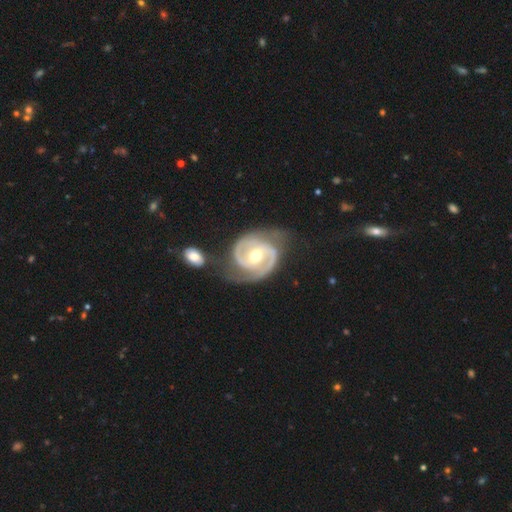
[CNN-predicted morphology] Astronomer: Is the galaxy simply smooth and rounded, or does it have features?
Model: featured or disk — 92%.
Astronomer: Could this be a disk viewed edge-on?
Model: no — 98%.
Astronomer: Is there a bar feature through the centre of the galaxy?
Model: weak — 43% (runner-up: strong, 30%).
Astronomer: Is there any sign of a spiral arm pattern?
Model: yes — 98%.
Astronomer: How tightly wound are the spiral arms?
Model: medium — 50% (runner-up: tight, 39%).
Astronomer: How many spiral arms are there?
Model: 2 — 92%.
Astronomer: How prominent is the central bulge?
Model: moderate — 73%.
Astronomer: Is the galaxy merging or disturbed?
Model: none — 63%.